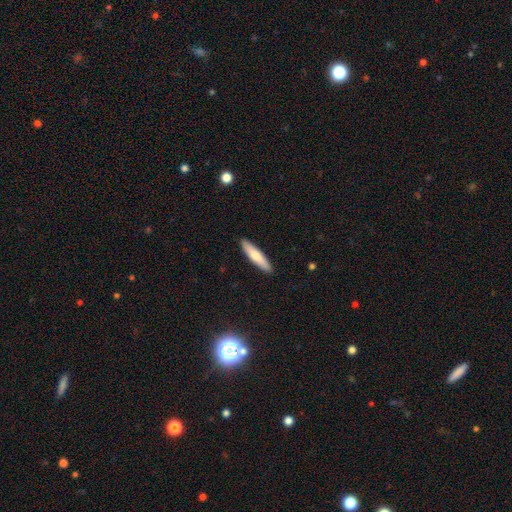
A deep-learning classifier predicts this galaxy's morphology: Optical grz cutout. It shows a smooth galaxy with no disk features (70%) that is cigar-shaped (82%). Merging: none (91%).